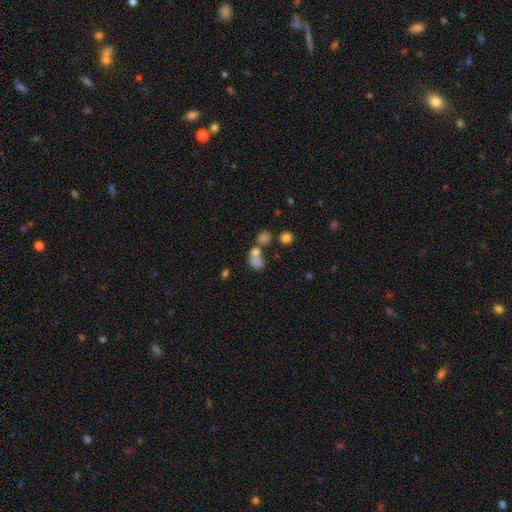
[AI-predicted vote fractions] A smooth galaxy with no disk features (70%) that is in between round and cigar-shaped (55%). Merging: merger (55%).